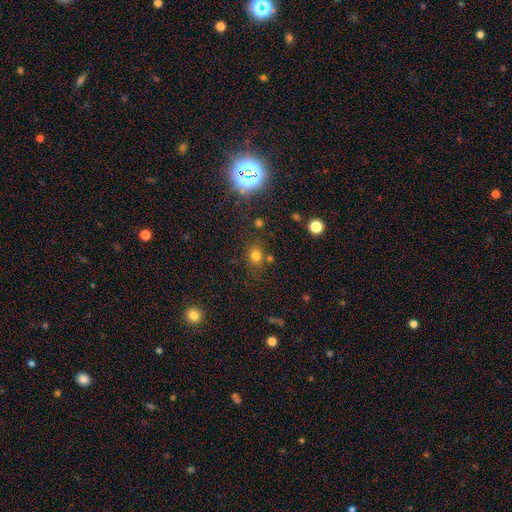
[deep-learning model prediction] The model was most divided on "how rounded": round: 64%, in between: 35%, cigar-shaped: 1%. More confident: merging — none (72%); smooth or featured — smooth (71%).